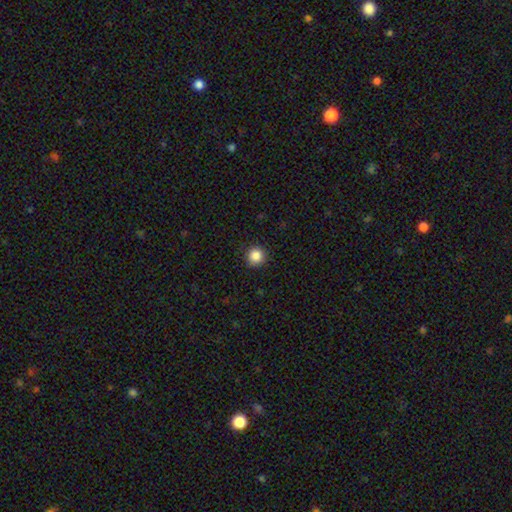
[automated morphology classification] Smooth or featured?
  - smooth: 87% *
  - star or artifact: 10%
  - featured or disk: 3%
How rounded?
  - round: 94% *
  - in between: 5%
  - cigar-shaped: 1%
Merging?
  - none: 91% *
  - minor disturbance: 6%
  - major disturbance: 2%
  - merger: 1%